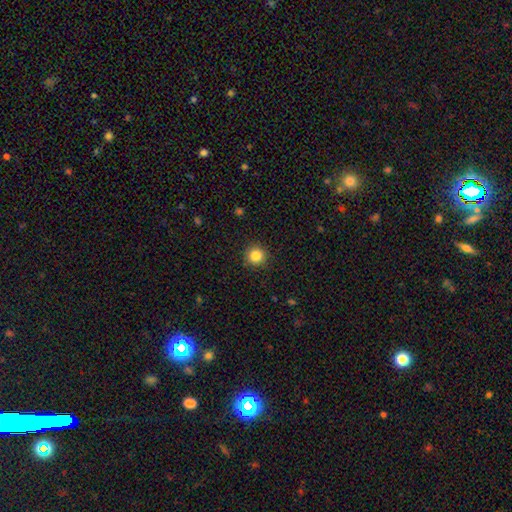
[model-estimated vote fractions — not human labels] The model was most divided on "smooth or featured": smooth: 85%, star or artifact: 11%, featured or disk: 4%. More confident: how rounded — round (94%); merging — none (91%).